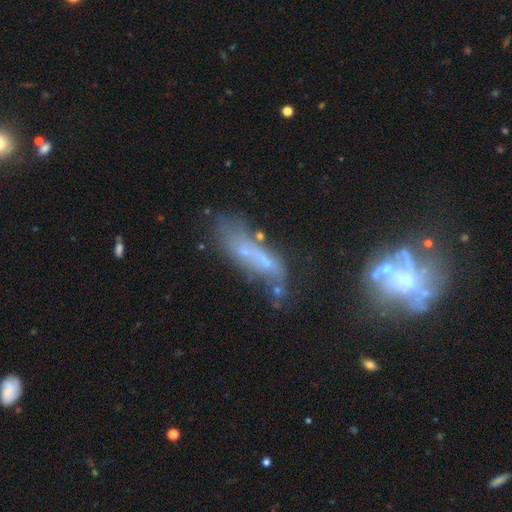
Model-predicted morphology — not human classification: The model was most divided on "smooth or featured": featured or disk: 47%, smooth: 37%, star or artifact: 17%. Remaining: merging — none (34%).